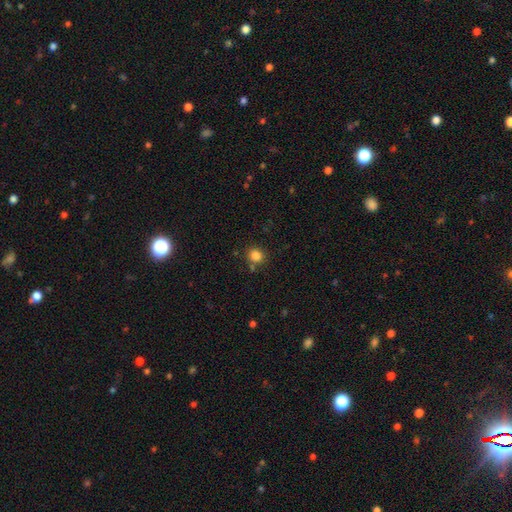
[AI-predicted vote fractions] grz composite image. It shows a smooth galaxy with no disk features (83%) that is round (85%). Merging: none (80%).